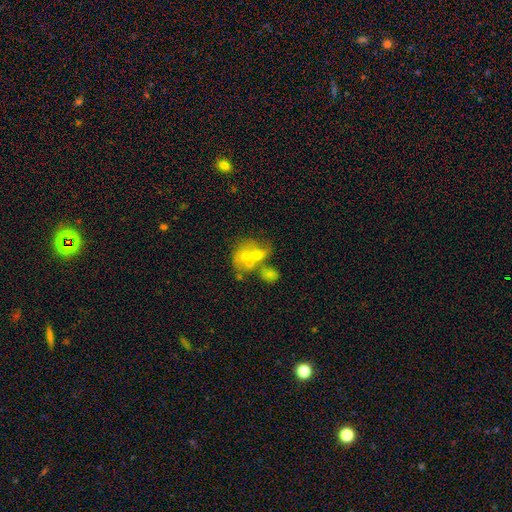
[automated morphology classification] This appears to be a featured or disk galaxy (43%). Merging: merger (54%).